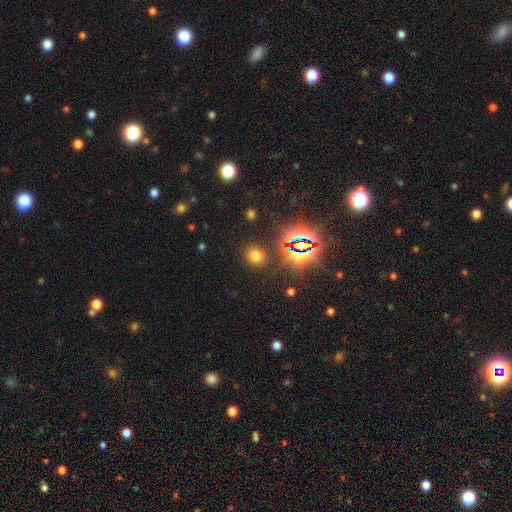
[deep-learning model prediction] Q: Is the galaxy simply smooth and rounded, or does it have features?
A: smooth — 63%.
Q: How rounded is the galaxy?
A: round — 76%.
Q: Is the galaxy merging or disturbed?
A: none — 86%.